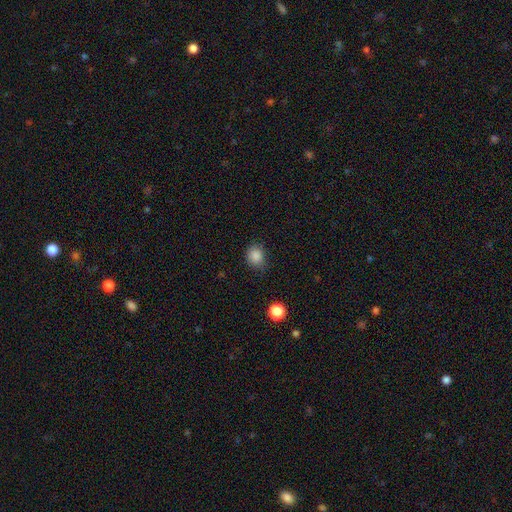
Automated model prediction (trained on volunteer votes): smooth-or-featured: smooth: 85% | star or artifact: 12% | featured or disk: 4%
  how-rounded: round: 70% | in between: 29% | cigar-shaped: 1%
  merging: none: 76% | minor disturbance: 18% | major disturbance: 4% | merger: 2%